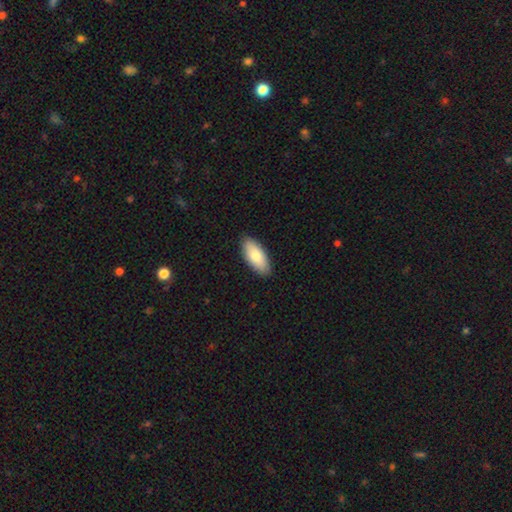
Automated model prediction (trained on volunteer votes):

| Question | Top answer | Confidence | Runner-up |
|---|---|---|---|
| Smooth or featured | smooth | 81% | featured or disk (13%) |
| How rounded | in between | 85% | cigar-shaped (13%) |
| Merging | none | 89% | minor disturbance (8%) |